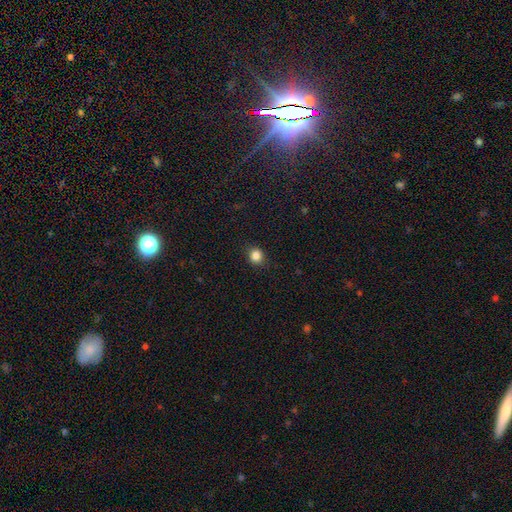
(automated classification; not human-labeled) smooth-or-featured: smooth: 84% | star or artifact: 12% | featured or disk: 4%
  how-rounded: round: 80% | in between: 19% | cigar-shaped: 1%
  merging: none: 88% | minor disturbance: 8% | major disturbance: 2% | merger: 1%